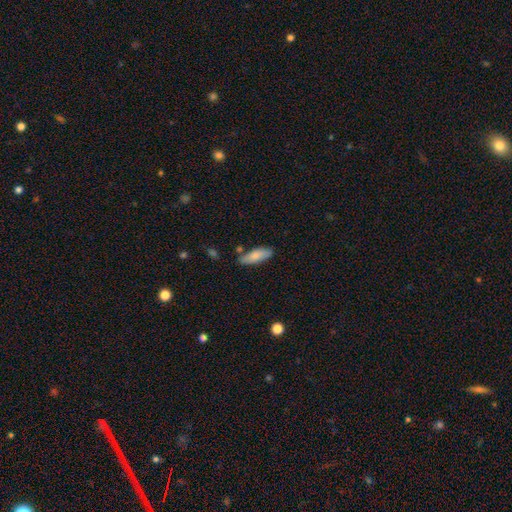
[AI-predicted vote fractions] Overall: smooth (79%). How rounded: in between (65%; cigar-shaped 33%). Merging: none (77%).